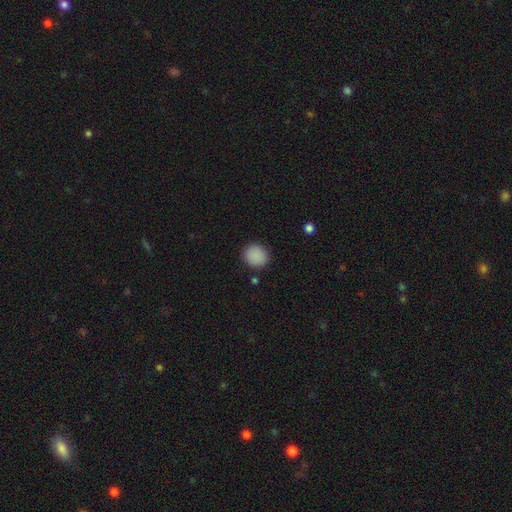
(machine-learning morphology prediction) A smooth galaxy with no disk features (88%) that is round (85%). Merging: none (89%).